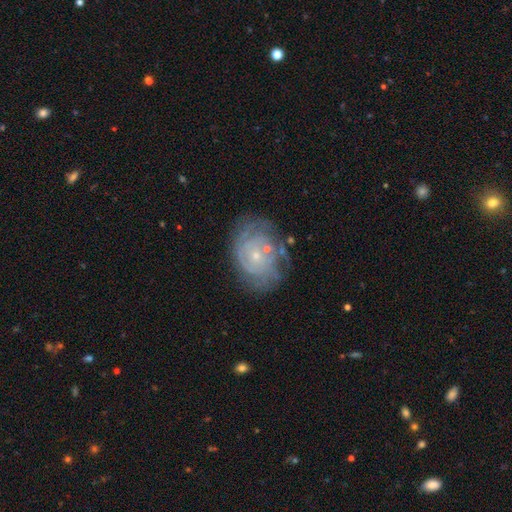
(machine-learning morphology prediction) smooth-or-featured: featured or disk: 77% | smooth: 14% | star or artifact: 9%
  disk-edge-on: no: 97% | yes: 3%
    bar: no: 77% | weak: 19% | strong: 4%
    has-spiral-arms: yes: 89% | no: 11%
      spiral-winding: tight: 73% | medium: 21% | loose: 6%
      spiral-arm-count: can't tell: 46% | 2: 18% | 3: 13% | 4: 11% | more than 4: 6% | 1: 5%
    bulge-size: small: 75% | moderate: 20% | none: 3% | large: 1% | dominant: 1%
  merging: none: 72% | minor disturbance: 18% | major disturbance: 7% | merger: 3%